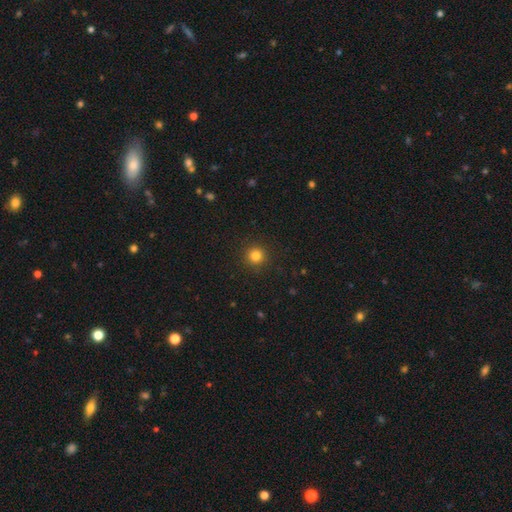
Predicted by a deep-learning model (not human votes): A smooth galaxy with no disk features (82%) that is round (95%).

Vote fractions:
- Smooth or featured? smooth: 82% / star or artifact: 13% / featured or disk: 5%
- How rounded? round: 95% / in between: 4% / cigar-shaped: 1%
- Merging? none: 92% / minor disturbance: 5% / major disturbance: 2% / merger: 1%